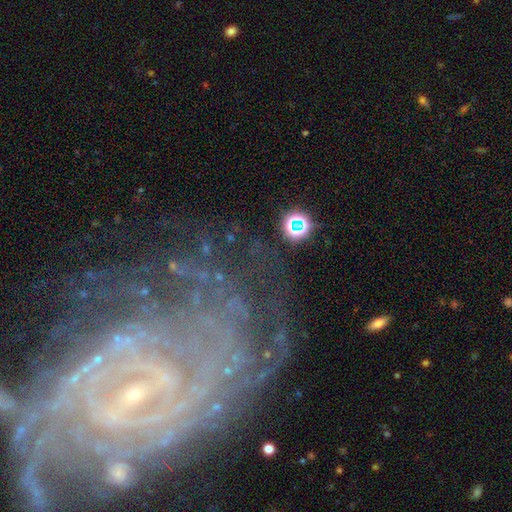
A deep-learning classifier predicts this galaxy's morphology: The model was most divided on "bar": weak: 41%, no: 32%, strong: 28%. Remaining: edge-on disk — no (96%); spiral arms — yes (92%); smooth or featured — featured or disk (83%); bulge size — small (82%); spiral winding — tight (72%); merging — none (67%); spiral arm count — can't tell (36%).